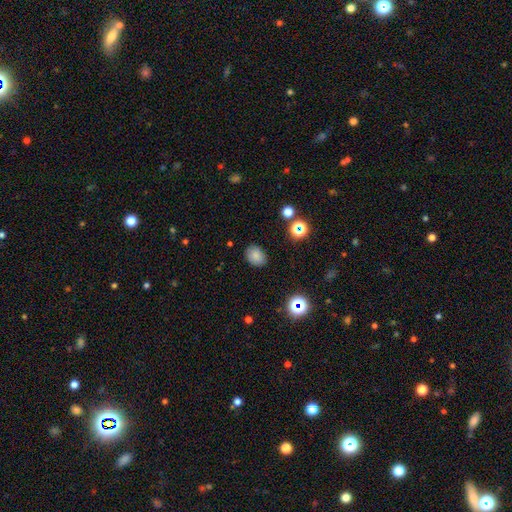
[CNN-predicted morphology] Smooth or featured? Predicted: smooth (p=0.81). How rounded? Predicted: in between (p=0.61). Merging? Predicted: none (p=0.84).